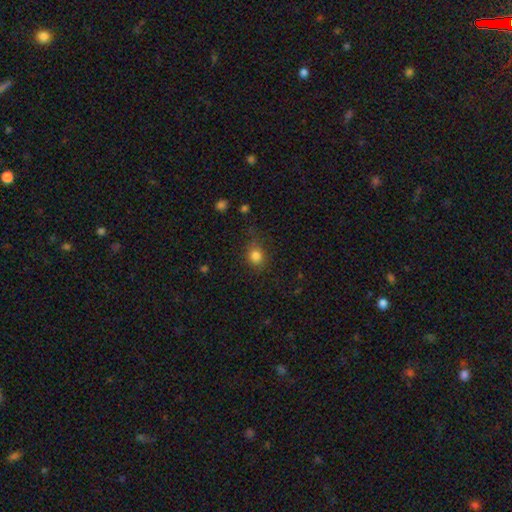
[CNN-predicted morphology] smooth 83%, star or artifact 12%, featured or disk 5%. Down the decision tree: how rounded — round (68%); merging — none (76%).